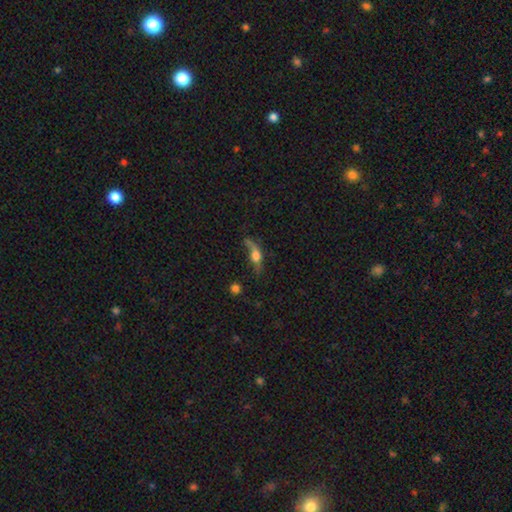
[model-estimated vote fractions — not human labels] Smooth or featured?
  - featured or disk: 47% *
  - smooth: 41%
  - star or artifact: 11%
Merging?
  - none: 40% *
  - major disturbance: 29%
  - minor disturbance: 23%
  - merger: 8%